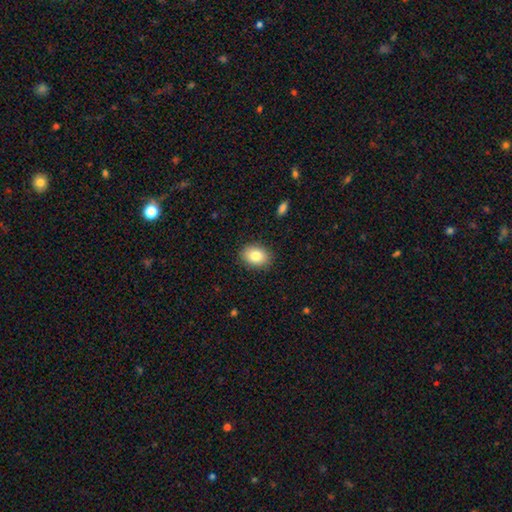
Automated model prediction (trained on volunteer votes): Q: Smooth or featured?
A: smooth (83%); runner-up: featured or disk (9%)
Q: How rounded?
A: in between (68%); runner-up: round (31%)
Q: Merging?
A: none (88%); runner-up: minor disturbance (9%)